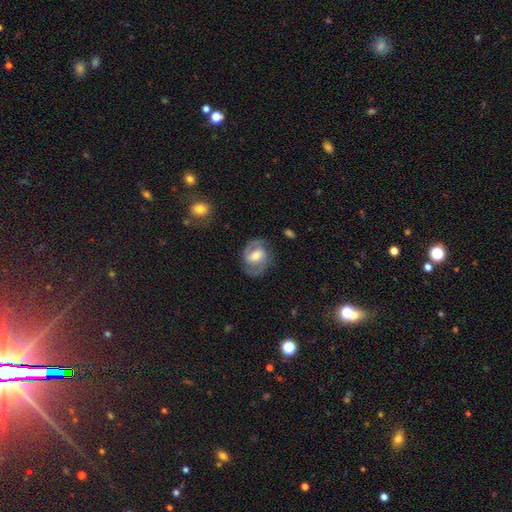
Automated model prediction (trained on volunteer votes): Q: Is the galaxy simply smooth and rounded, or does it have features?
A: featured or disk — 80%.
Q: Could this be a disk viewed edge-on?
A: no — 97%.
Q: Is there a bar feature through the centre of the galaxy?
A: weak — 44%.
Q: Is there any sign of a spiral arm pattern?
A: yes — 92%.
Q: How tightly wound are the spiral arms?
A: medium — 53%.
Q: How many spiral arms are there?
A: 2 — 90%.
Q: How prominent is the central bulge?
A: moderate — 63%.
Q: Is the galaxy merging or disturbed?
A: none — 80%.